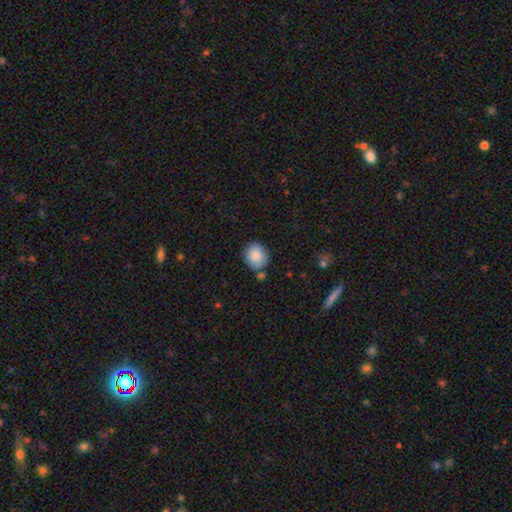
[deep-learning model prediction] Morphology: type=smooth (87%); roundness=round (72%); merging=none (75%).